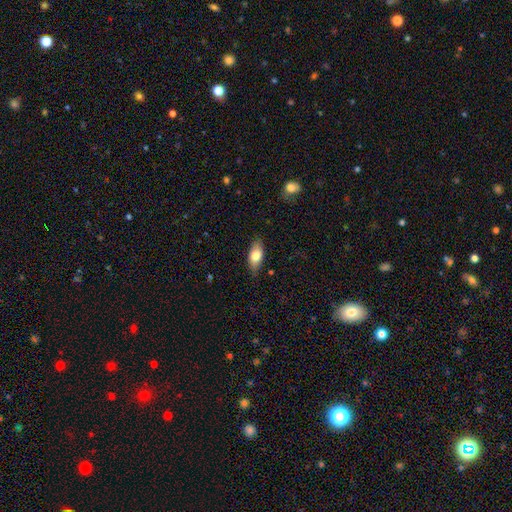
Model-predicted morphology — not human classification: smooth_or_featured: smooth (p=0.77) [alt: featured or disk p=0.16]
how_rounded: in between (p=0.86) [alt: cigar-shaped p=0.10]
merging: none (p=0.83) [alt: minor disturbance p=0.14]